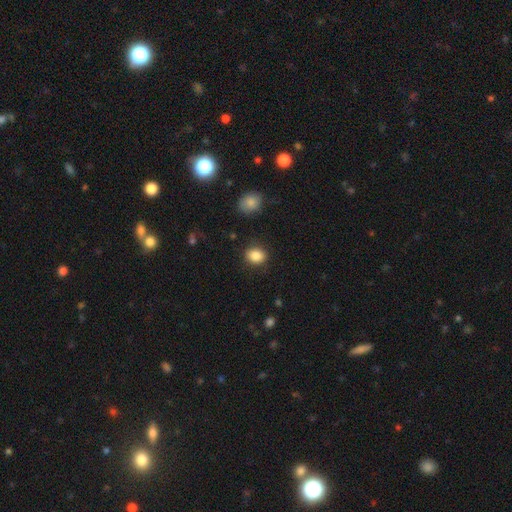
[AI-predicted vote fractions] smooth_or_featured: smooth (p=0.86) [alt: star or artifact p=0.09]
how_rounded: round (p=0.55) [alt: in between p=0.44]
merging: none (p=0.87) [alt: minor disturbance p=0.09]